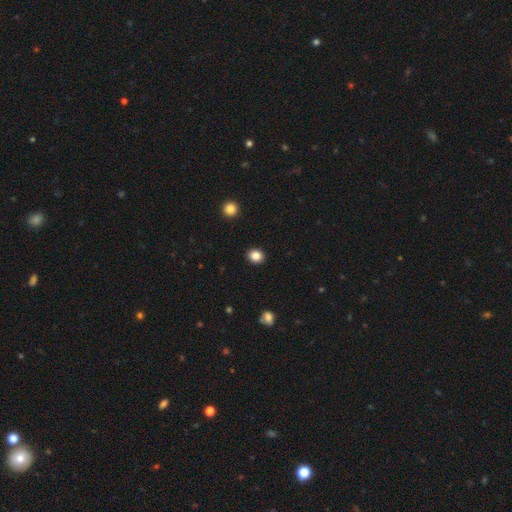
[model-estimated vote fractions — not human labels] The model was most divided on "how rounded": round: 69%, in between: 30%, cigar-shaped: 1%. More confident: merging — none (92%); smooth or featured — smooth (86%).